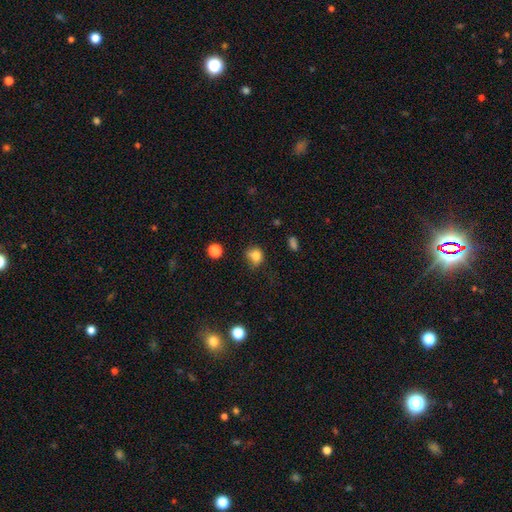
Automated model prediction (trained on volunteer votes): Smooth or featured? Predicted: smooth (p=0.80). How rounded? Predicted: round (p=0.69). Merging? Predicted: none (p=0.53).